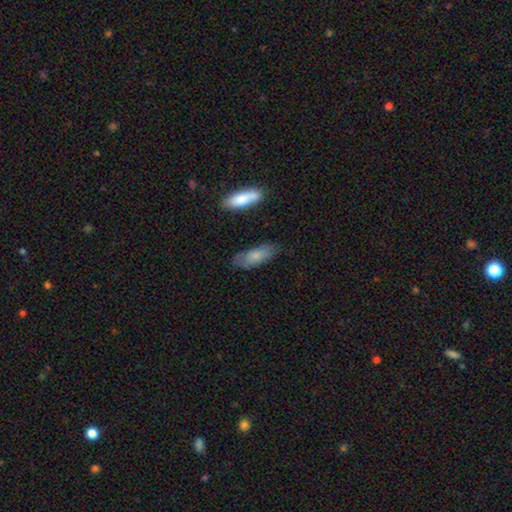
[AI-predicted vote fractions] Q: Smooth or featured?
A: smooth (72%); runner-up: featured or disk (22%)
Q: How rounded?
A: in between (74%); runner-up: cigar-shaped (24%)
Q: Merging?
A: none (72%); runner-up: minor disturbance (20%)